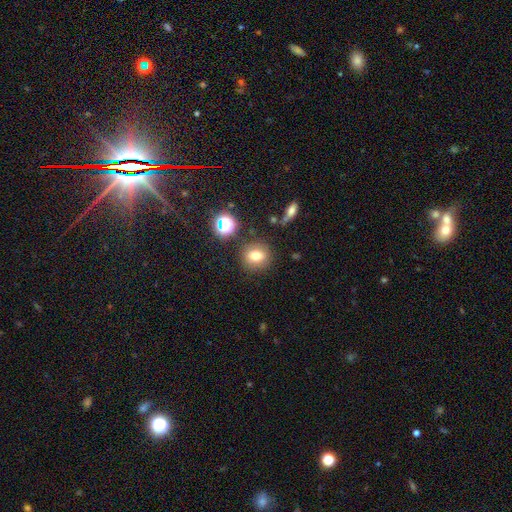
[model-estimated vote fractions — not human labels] smooth 73%, star or artifact 15%, featured or disk 12%. Down the decision tree: how rounded — round (68%); merging — none (82%).